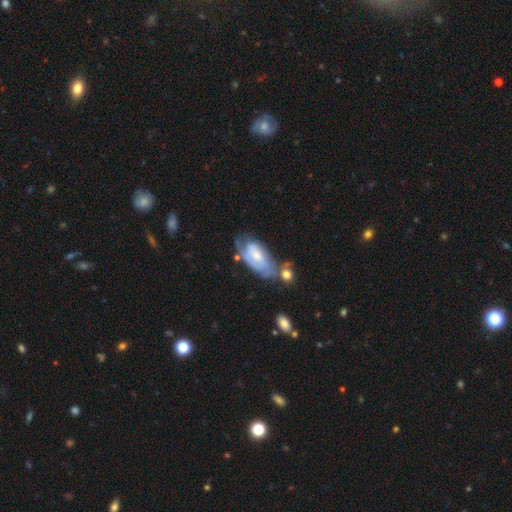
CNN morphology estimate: featured or disk 53%, smooth 40%, star or artifact 7%. Down the decision tree: edge-on disk — no (93%); merging — none (33%).